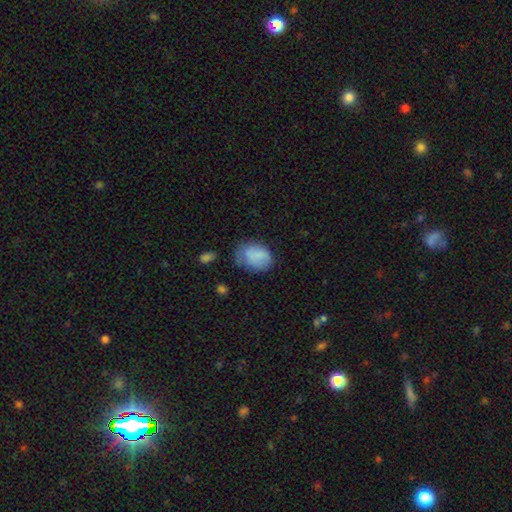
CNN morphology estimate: Smooth or featured?
  - smooth: 79% *
  - featured or disk: 12%
  - star or artifact: 9%
How rounded?
  - in between: 68% *
  - round: 31%
  - cigar-shaped: 1%
Merging?
  - none: 48% *
  - minor disturbance: 33%
  - major disturbance: 15%
  - merger: 4%